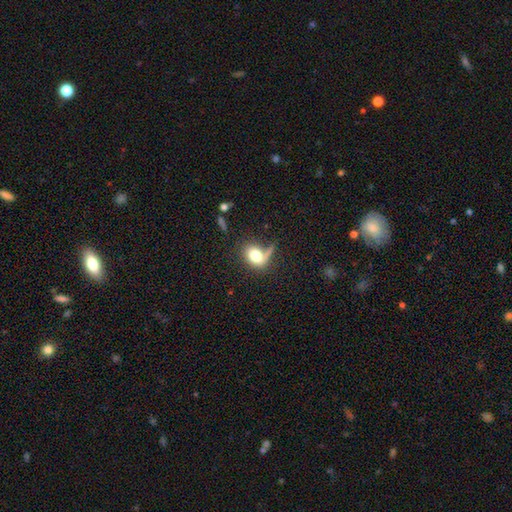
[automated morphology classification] Smooth or featured: smooth — 72% (featured or disk — 19%)
How rounded: in between — 59% (round — 39%)
Merging: none — 44% (major disturbance — 25%)